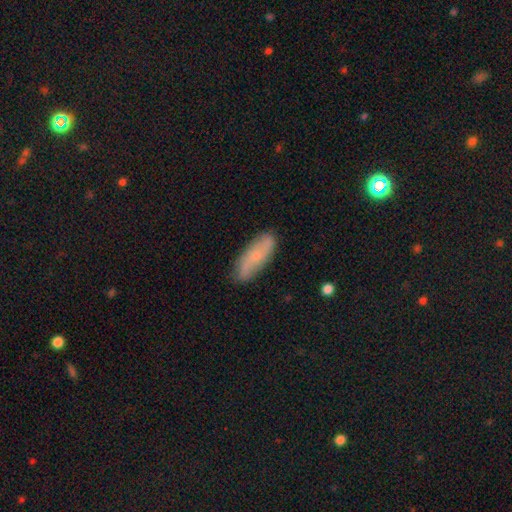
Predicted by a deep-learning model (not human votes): Smooth or featured: smooth — 53% (featured or disk — 40%)
How rounded: in between — 60% (cigar-shaped — 37%)
Merging: none — 82% (minor disturbance — 14%)